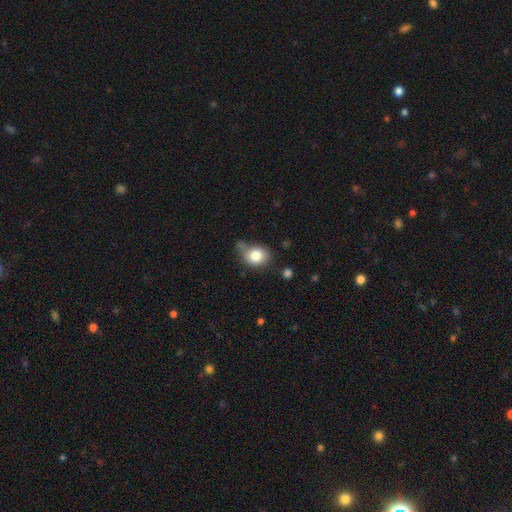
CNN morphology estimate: This is clearly a smooth galaxy (81%). How rounded: possibly round (60%). Merging: possibly none (50%).